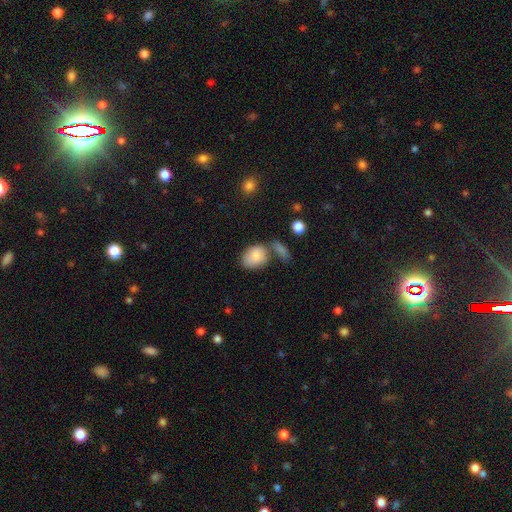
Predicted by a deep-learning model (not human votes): smooth_or_featured: smooth (p=0.83) [alt: featured or disk p=0.10]
how_rounded: in between (p=0.72) [alt: round p=0.27]
merging: none (p=0.49) [alt: merger p=0.26]